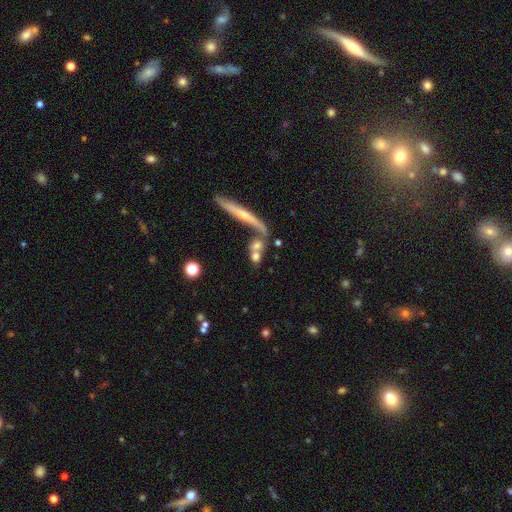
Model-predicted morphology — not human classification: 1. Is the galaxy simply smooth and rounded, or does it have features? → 62% smooth, 27% featured or disk, 11% star or artifact.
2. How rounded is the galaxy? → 41% round, 38% in between, 22% cigar-shaped.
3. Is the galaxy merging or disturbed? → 48% merger, 37% none, 9% minor disturbance, 7% major disturbance.